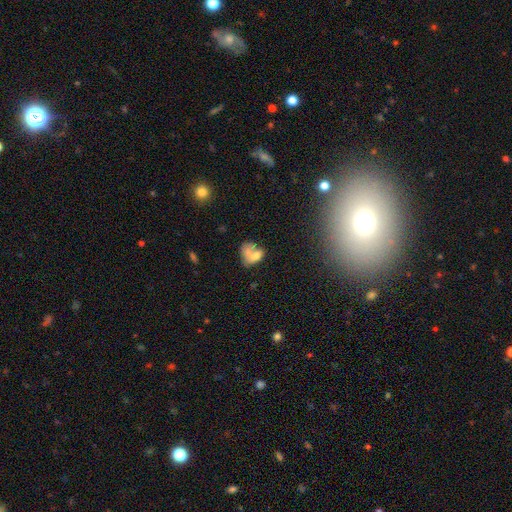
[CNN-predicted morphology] Smooth or featured? smooth (63%)
How rounded? in between (69%)
Merging? merger (57%)